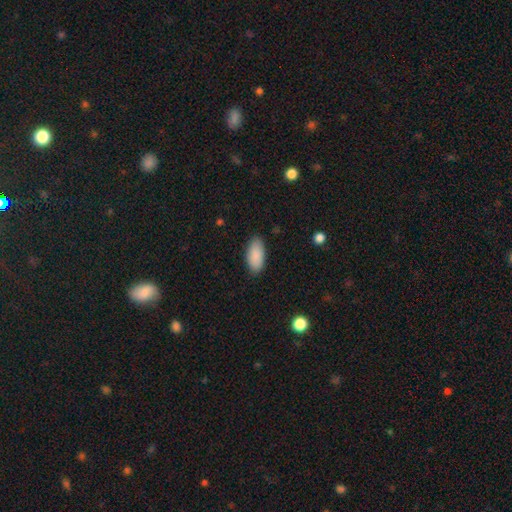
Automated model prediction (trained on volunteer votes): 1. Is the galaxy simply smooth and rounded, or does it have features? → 89% smooth, 6% star or artifact, 4% featured or disk.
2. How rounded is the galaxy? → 92% in between, 6% cigar-shaped, 2% round.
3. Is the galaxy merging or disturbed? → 85% none, 12% minor disturbance, 2% major disturbance, 1% merger.